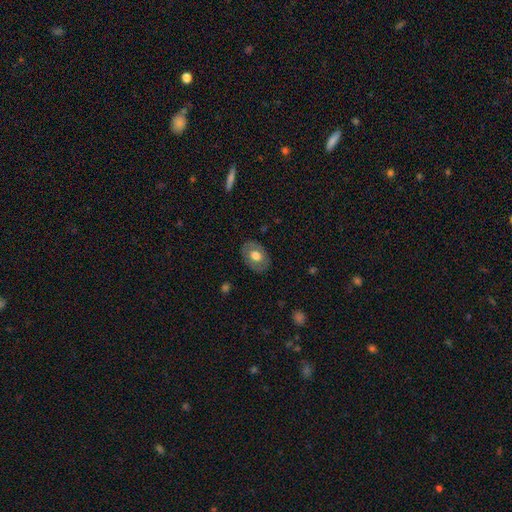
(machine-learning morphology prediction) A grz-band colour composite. It shows a smooth galaxy with no disk features (63%) that is in between round and cigar-shaped (76%). Merging: none (83%).